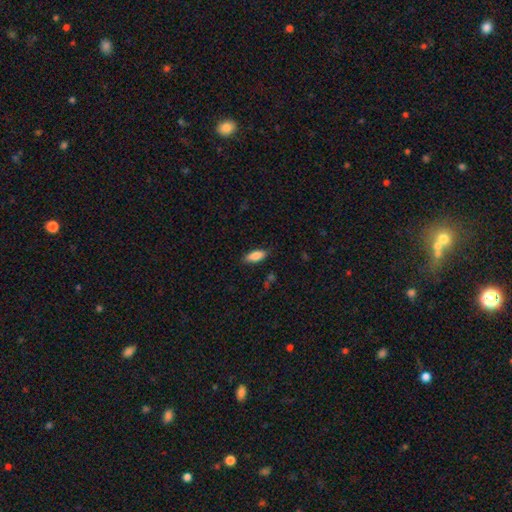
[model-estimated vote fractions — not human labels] This is clearly a smooth galaxy (85%). How rounded: clearly in between (82%). Merging: clearly none (84%).